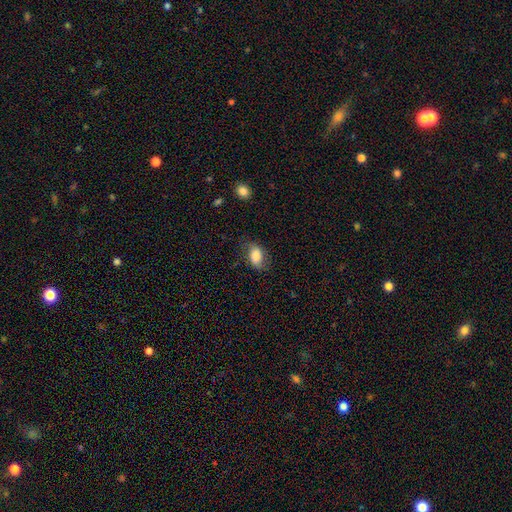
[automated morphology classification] smooth-or-featured: smooth: 78% | featured or disk: 15% | star or artifact: 7%
  how-rounded: in between: 88% | round: 10% | cigar-shaped: 2%
  merging: none: 68% | minor disturbance: 22% | major disturbance: 8% | merger: 1%